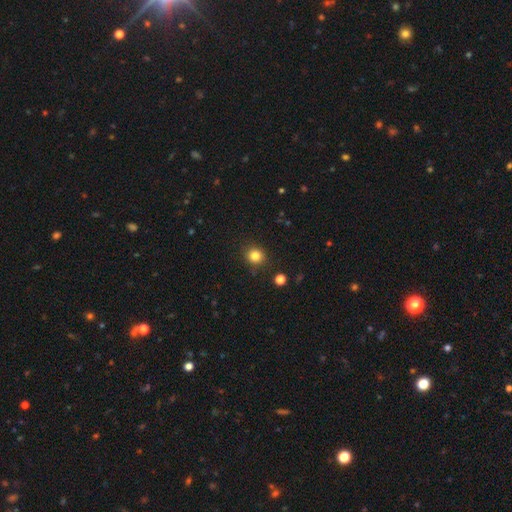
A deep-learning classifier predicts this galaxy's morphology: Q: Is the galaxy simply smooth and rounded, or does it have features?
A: smooth — 82%.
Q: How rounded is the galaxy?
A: round — 83%.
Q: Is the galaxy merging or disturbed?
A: none — 88%.